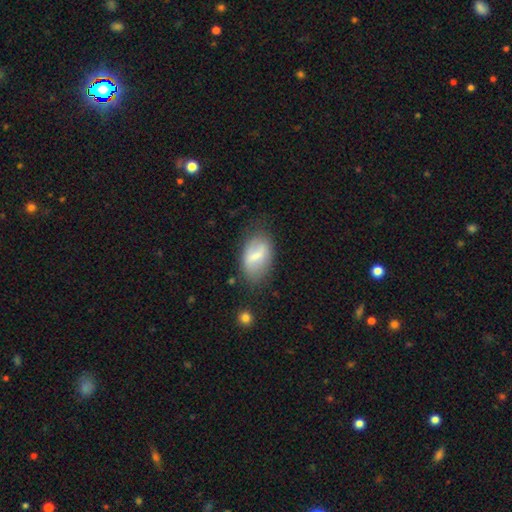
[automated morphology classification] Smooth or featured?
  - smooth: 57% *
  - featured or disk: 35%
  - star or artifact: 8%
How rounded?
  - in between: 89% *
  - round: 9%
  - cigar-shaped: 3%
Merging?
  - none: 65% *
  - minor disturbance: 23%
  - major disturbance: 9%
  - merger: 3%